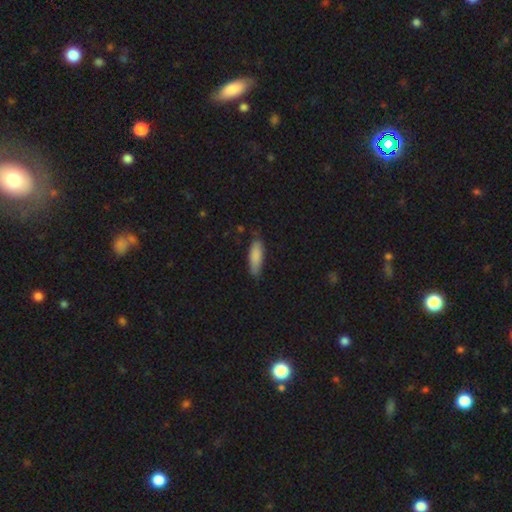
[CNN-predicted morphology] This appears to be a smooth galaxy with no disk features (85%) that is in between round and cigar-shaped (51%). Merging: none (75%).